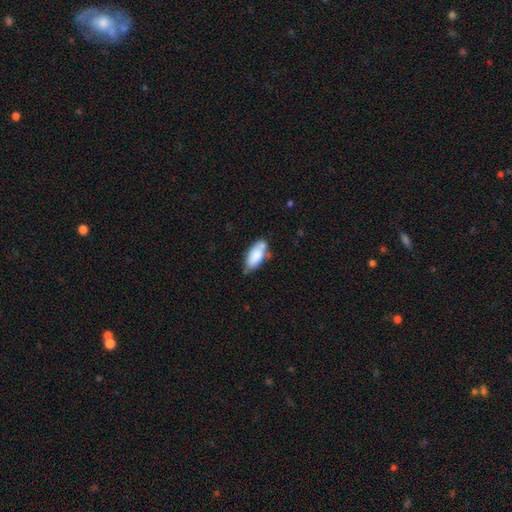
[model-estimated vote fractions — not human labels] Smooth or featured: smooth — 81% (featured or disk — 12%)
How rounded: in between — 87% (cigar-shaped — 11%)
Merging: none — 57% (minor disturbance — 27%)